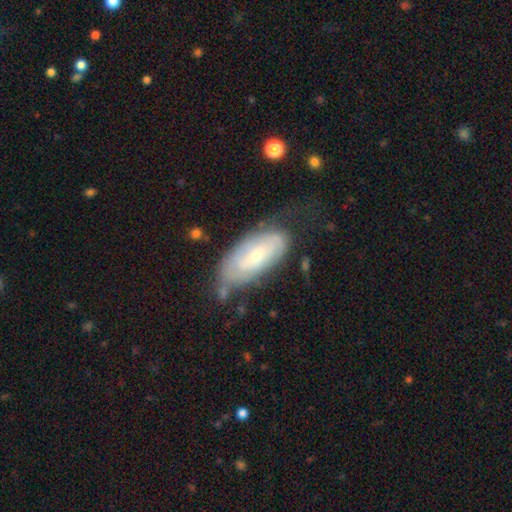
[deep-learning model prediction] featured or disk 61%, smooth 32%, star or artifact 6%. Down the decision tree: edge-on disk — no (89%); bar — no (66%); spiral arms — yes (70%); bulge size — small (65%); merging — none (55%).